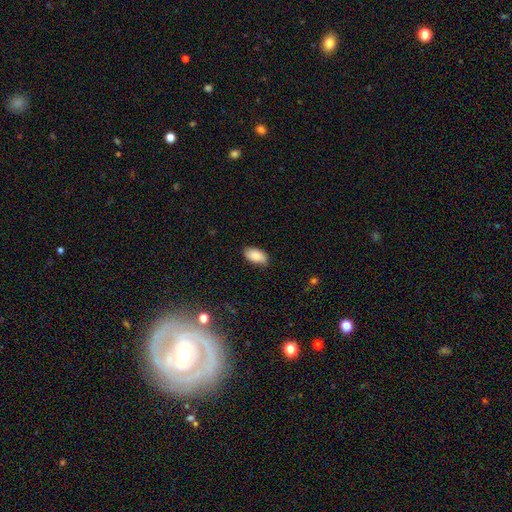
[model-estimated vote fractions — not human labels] Q: Smooth or featured?
A: smooth (87%); runner-up: featured or disk (7%)
Q: How rounded?
A: in between (94%); runner-up: cigar-shaped (3%)
Q: Merging?
A: none (84%); runner-up: minor disturbance (13%)